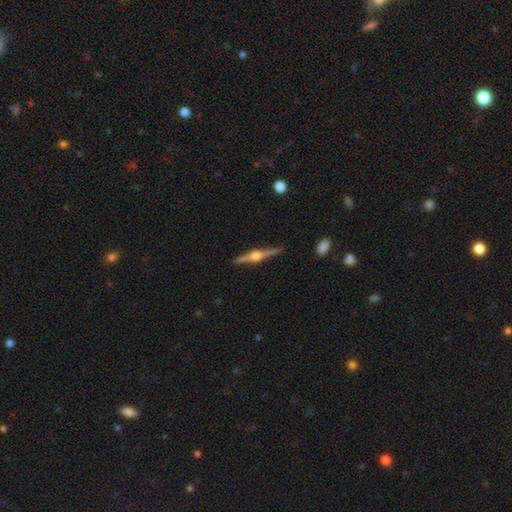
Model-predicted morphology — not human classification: A featured or disk galaxy (85%) viewed edge-on (98%) with a rounded central bulge (92%).

Vote fractions:
- Smooth or featured? featured or disk: 85% / smooth: 10% / star or artifact: 5%
- Edge-on disk? yes: 98% / no: 2%
- Edge-on bulge? rounded: 92% / boxy: 6% / none: 2%
- Merging? none: 90% / minor disturbance: 7% / major disturbance: 2% / merger: 1%